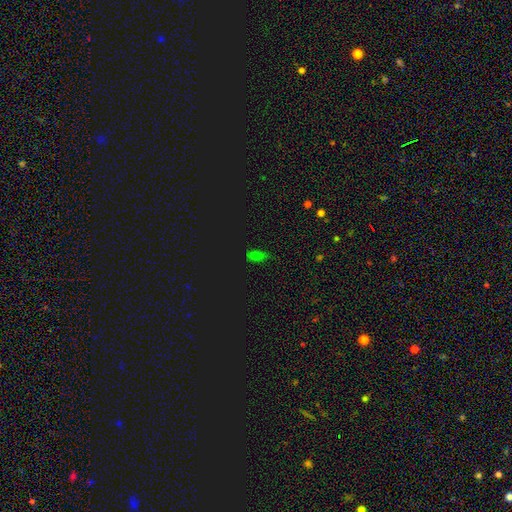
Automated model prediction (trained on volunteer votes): smooth_or_featured: smooth (p=0.52) [alt: star or artifact p=0.41]
how_rounded: in between (p=0.79) [alt: round p=0.14]
merging: none (p=0.66) [alt: minor disturbance p=0.24]